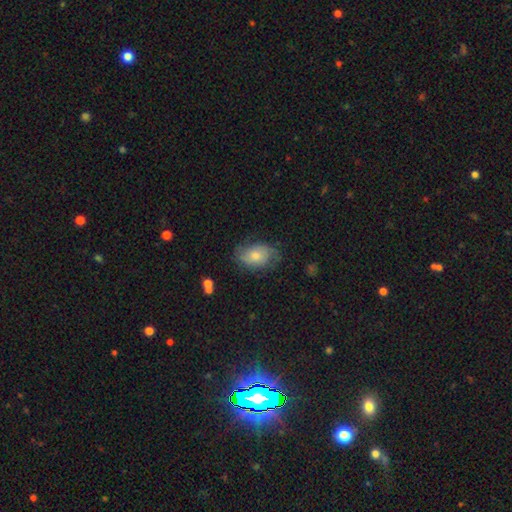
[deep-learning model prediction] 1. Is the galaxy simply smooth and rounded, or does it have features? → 52% smooth, 40% featured or disk, 8% star or artifact.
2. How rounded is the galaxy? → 82% in between, 17% round, 1% cigar-shaped.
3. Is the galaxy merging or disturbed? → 63% none, 25% minor disturbance, 10% major disturbance, 2% merger.